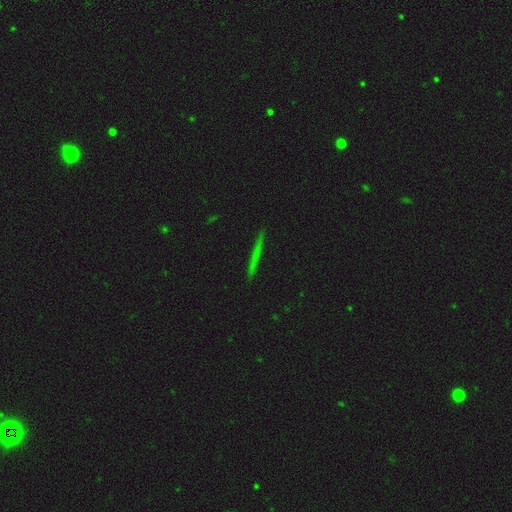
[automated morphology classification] Overall: smooth (47%; featured or disk 38%). Merging: none (89%).